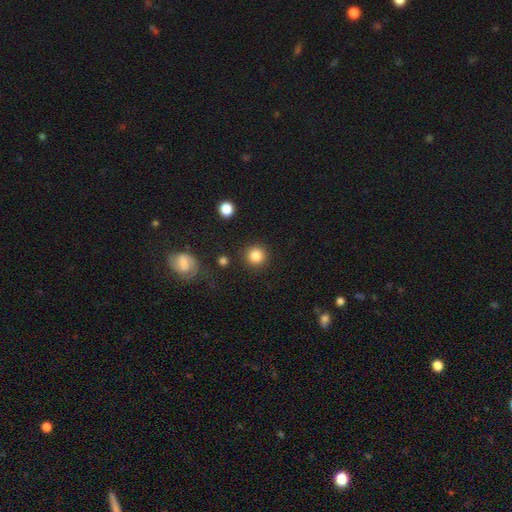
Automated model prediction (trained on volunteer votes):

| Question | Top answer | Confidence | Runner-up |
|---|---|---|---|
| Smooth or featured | smooth | 85% | star or artifact (10%) |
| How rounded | round | 94% | in between (5%) |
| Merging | none | 89% | minor disturbance (6%) |